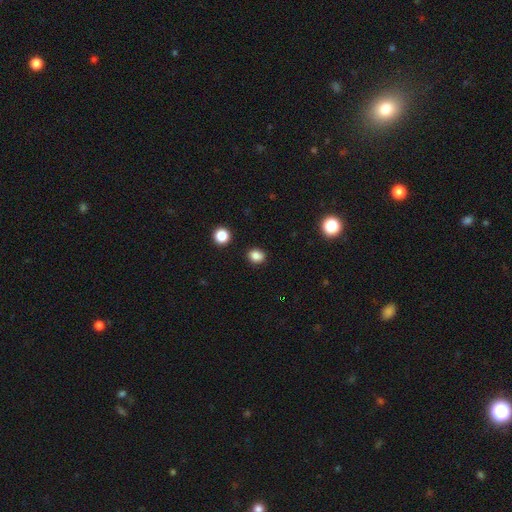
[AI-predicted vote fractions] Smooth or featured? Predicted: smooth (p=0.84). How rounded? Predicted: round (p=0.66). Merging? Predicted: none (p=0.89).